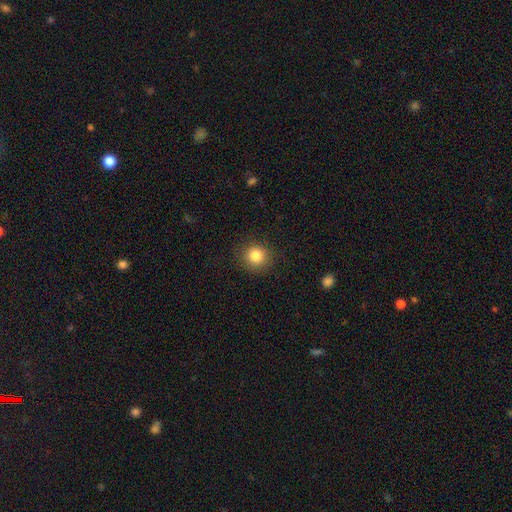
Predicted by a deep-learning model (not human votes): Overall: smooth (84%). How rounded: round (86%). Merging: none (87%).